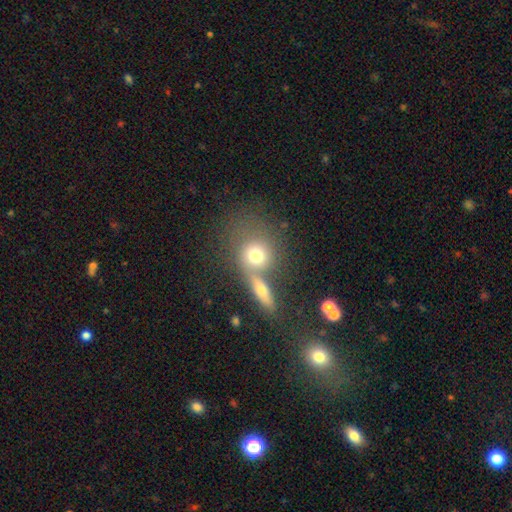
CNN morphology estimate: Smooth or featured: smooth — 70% (featured or disk — 20%)
How rounded: round — 72% (in between — 24%)
Merging: merger — 45% (none — 40%)